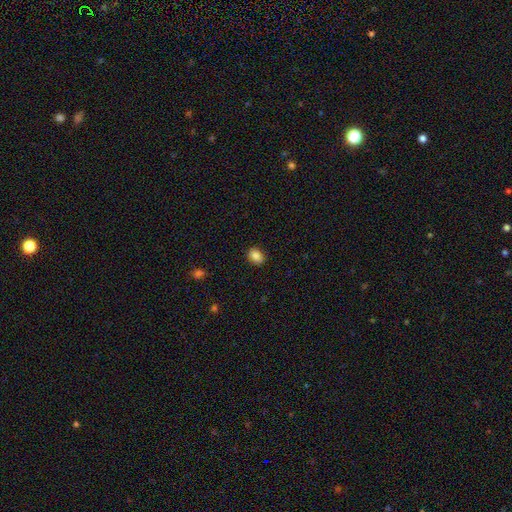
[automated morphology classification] Smooth or featured? Predicted: smooth (p=0.86). How rounded? Predicted: in between (p=0.65). Merging? Predicted: none (p=0.89).